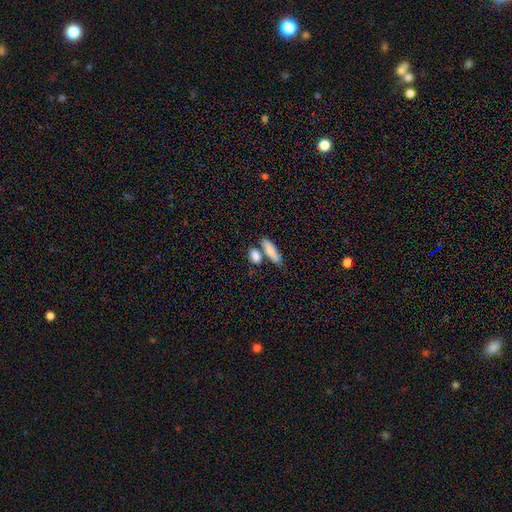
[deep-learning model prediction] smooth_or_featured: smooth (p=0.85) [alt: featured or disk p=0.09]
how_rounded: in between (p=0.63) [alt: cigar-shaped p=0.24]
merging: none (p=0.57) [alt: merger p=0.27]